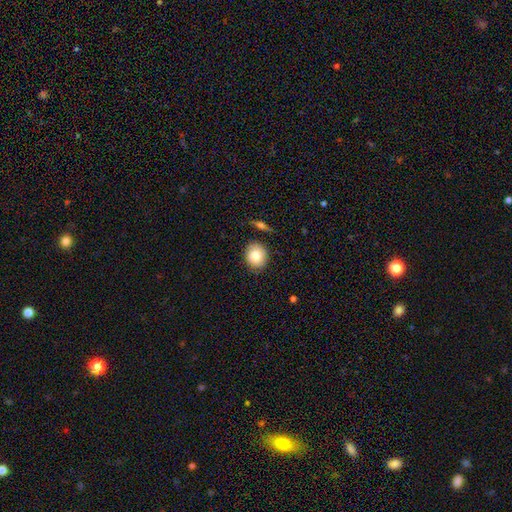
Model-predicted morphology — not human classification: This is clearly a smooth galaxy (82%). How rounded: likely round (73%). Merging: clearly none (81%).